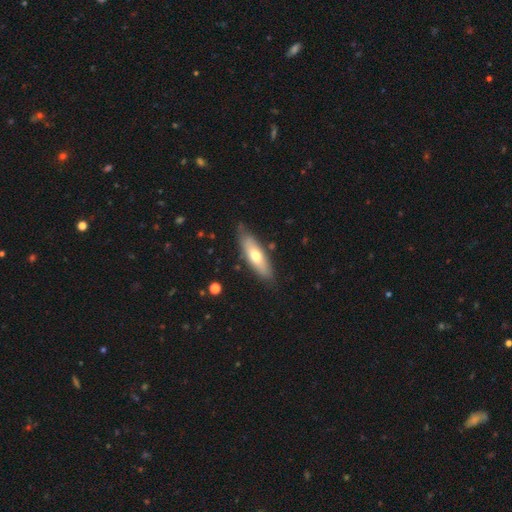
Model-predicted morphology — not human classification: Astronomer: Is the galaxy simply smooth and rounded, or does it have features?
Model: smooth — 58% (runner-up: featured or disk, 37%).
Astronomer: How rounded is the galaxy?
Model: in between — 54% (runner-up: cigar-shaped, 44%).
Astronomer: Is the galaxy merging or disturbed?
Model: none — 76%.